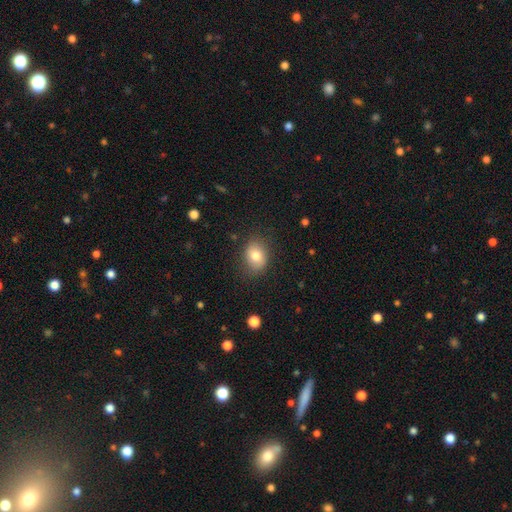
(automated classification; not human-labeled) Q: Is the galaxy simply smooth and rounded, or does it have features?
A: smooth — 79%.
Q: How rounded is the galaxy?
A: in between — 55%.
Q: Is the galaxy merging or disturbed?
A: none — 81%.